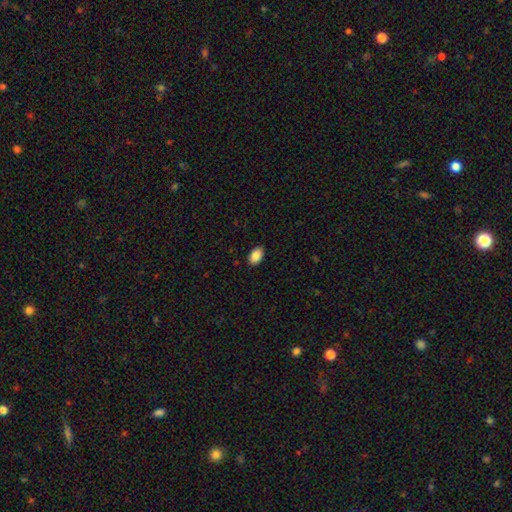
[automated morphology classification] This is clearly a smooth galaxy (88%). How rounded: clearly in between (91%). Merging: clearly none (88%).